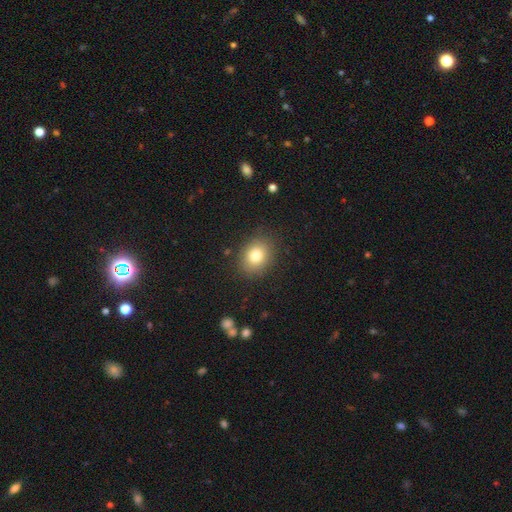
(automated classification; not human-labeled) Morphology: type=smooth (79%); roundness=round (53%); merging=none (86%).